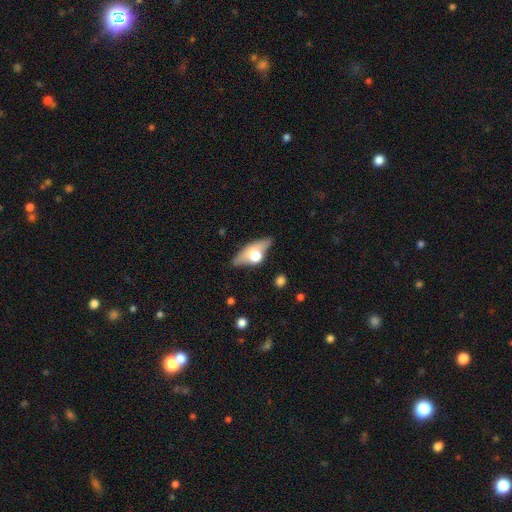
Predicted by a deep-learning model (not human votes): A smooth galaxy with no disk features (50%) that is in between round and cigar-shaped (75%). Merging: none (55%).